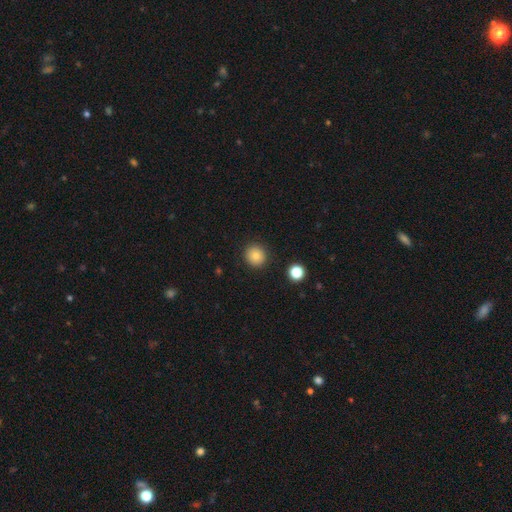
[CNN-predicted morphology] smooth 82%, star or artifact 11%, featured or disk 7%. Down the decision tree: how rounded — round (92%); merging — none (90%).